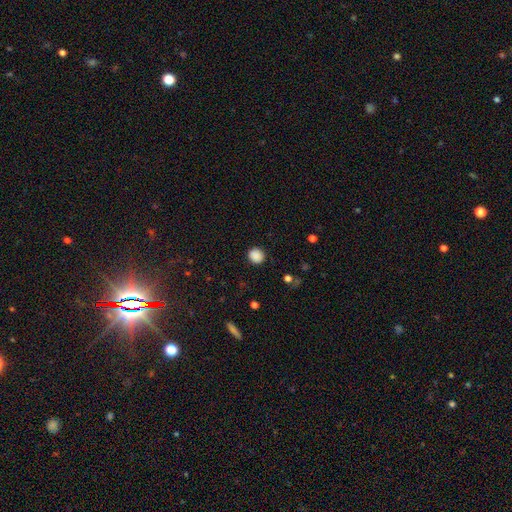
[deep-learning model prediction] Overall: smooth (87%). How rounded: round (88%). Merging: none (90%).